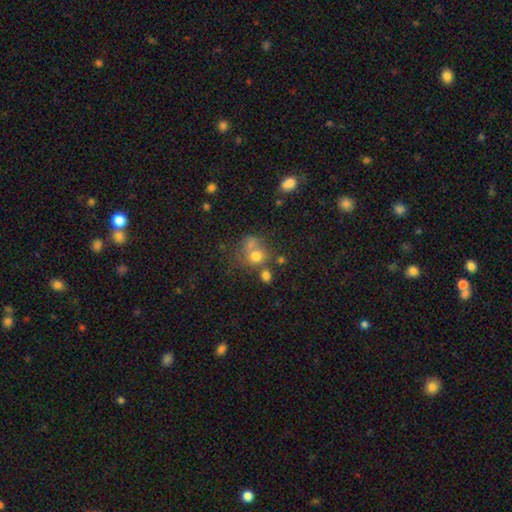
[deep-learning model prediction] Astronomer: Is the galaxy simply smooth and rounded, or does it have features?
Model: smooth — 65%.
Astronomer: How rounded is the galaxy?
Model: round — 74%.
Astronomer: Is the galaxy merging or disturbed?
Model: none — 40% (runner-up: merger, 35%).